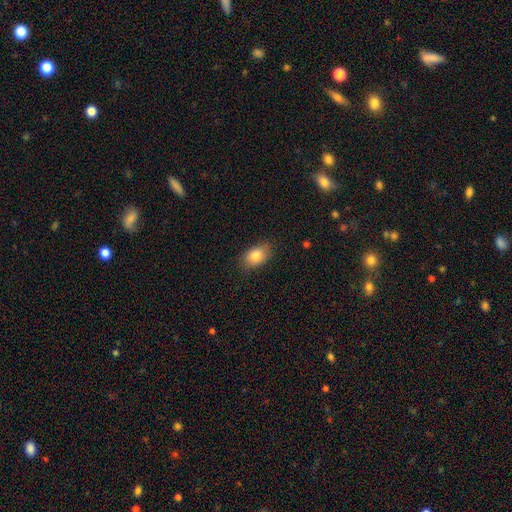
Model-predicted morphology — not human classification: A smooth galaxy with no disk features (84%) that is in between round and cigar-shaped (83%).

Vote fractions:
- Smooth or featured? smooth: 84% / featured or disk: 8% / star or artifact: 8%
- How rounded? in between: 83% / round: 15% / cigar-shaped: 2%
- Merging? none: 82% / minor disturbance: 14% / major disturbance: 3% / merger: 1%